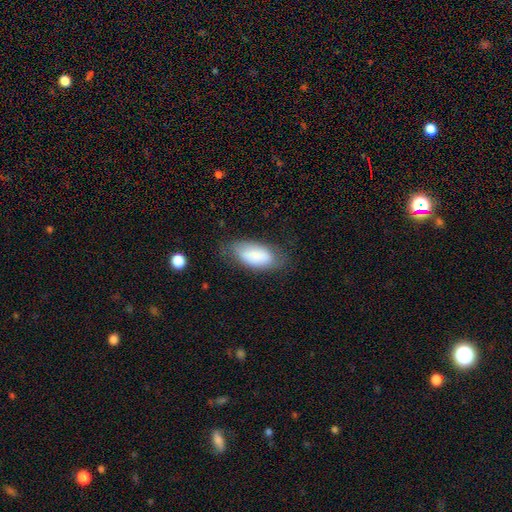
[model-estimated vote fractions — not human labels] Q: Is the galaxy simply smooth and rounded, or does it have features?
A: smooth — 78%.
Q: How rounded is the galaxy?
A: in between — 91%.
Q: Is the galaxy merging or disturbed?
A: none — 67%.